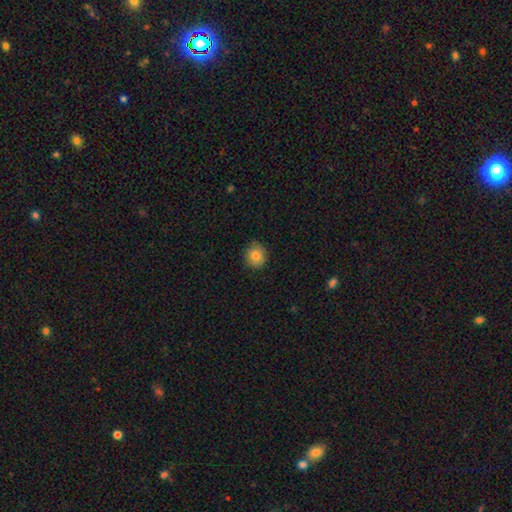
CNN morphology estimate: This is clearly a smooth galaxy (82%). How rounded: clearly round (84%). Merging: clearly none (86%).